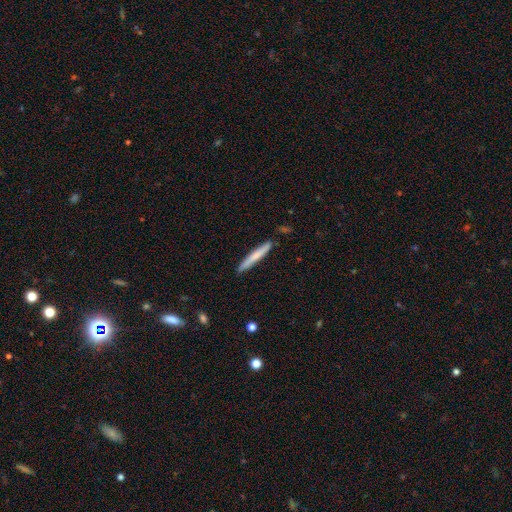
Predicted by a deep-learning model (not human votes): A smooth galaxy with no disk features (69%) that is cigar-shaped (96%). Merging: none (87%).